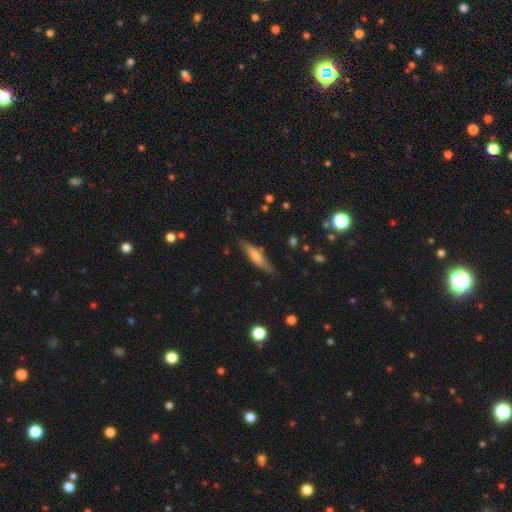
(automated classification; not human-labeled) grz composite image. It shows a smooth galaxy with no disk features (64%) that is cigar-shaped (79%). Merging: none (79%).